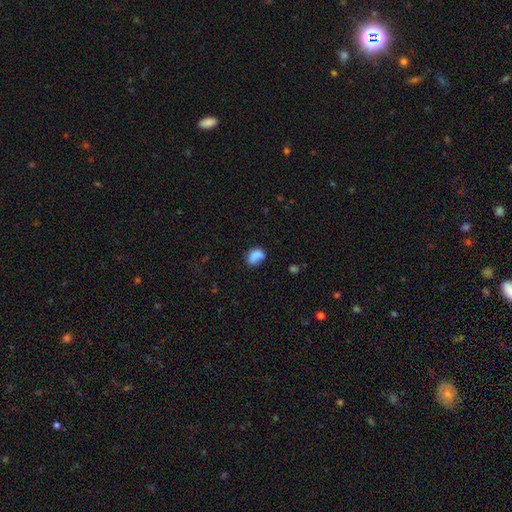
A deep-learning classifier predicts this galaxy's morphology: Smooth or featured? Predicted: smooth (p=0.79). How rounded? Predicted: in between (p=0.71). Merging? Predicted: none (p=0.50).